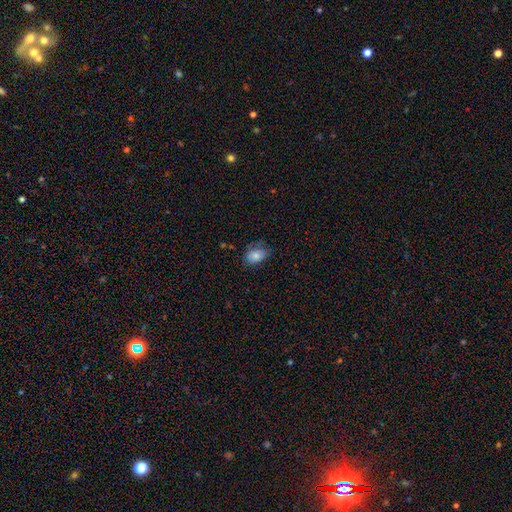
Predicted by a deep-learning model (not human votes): A smooth galaxy with no disk features (80%) that is in between round and cigar-shaped (84%).

Vote fractions:
- Smooth or featured? smooth: 80% / featured or disk: 11% / star or artifact: 8%
- How rounded? in between: 84% / round: 15% / cigar-shaped: 1%
- Merging? none: 62% / minor disturbance: 27% / major disturbance: 9% / merger: 2%